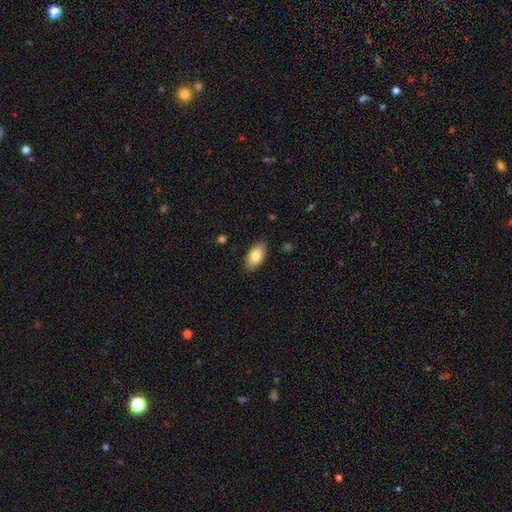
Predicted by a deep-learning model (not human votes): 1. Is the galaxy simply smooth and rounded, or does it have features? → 81% smooth, 13% featured or disk, 6% star or artifact.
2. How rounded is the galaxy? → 92% in between, 5% cigar-shaped, 3% round.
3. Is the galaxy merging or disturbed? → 86% none, 11% minor disturbance, 2% major disturbance, 1% merger.